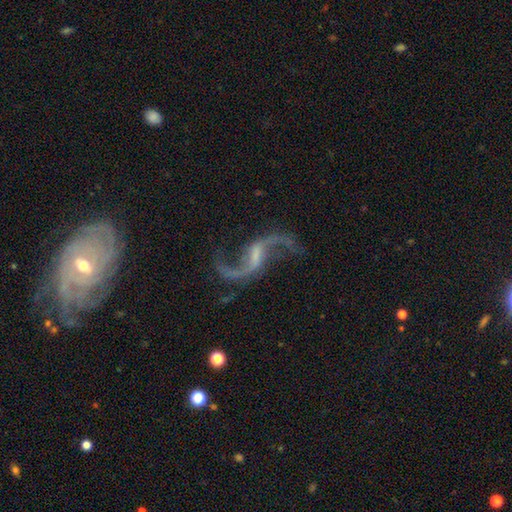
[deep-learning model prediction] smooth-or-featured: featured or disk: 92% | star or artifact: 5% | smooth: 3%
  disk-edge-on: no: 97% | yes: 3%
    bar: weak: 52% | strong: 28% | no: 20%
    has-spiral-arms: yes: 97% | no: 3%
      spiral-winding: loose: 92% | medium: 6% | tight: 2%
      spiral-arm-count: 2: 94% | 1: 1% | can't tell: 1% | 3: 1% | 4: 1% | more than 4: 1%
    bulge-size: none: 44% | small: 37% | moderate: 15% | large: 3% | dominant: 1%
  merging: none: 77% | minor disturbance: 12% | major disturbance: 8% | merger: 3%